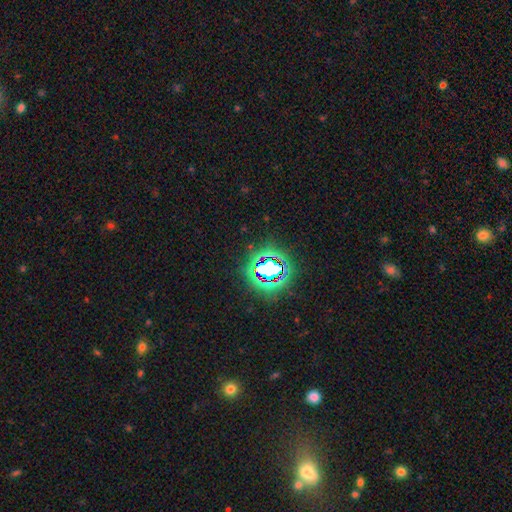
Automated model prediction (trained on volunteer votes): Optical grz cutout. It shows a star or artifact, not a galaxy (79%).